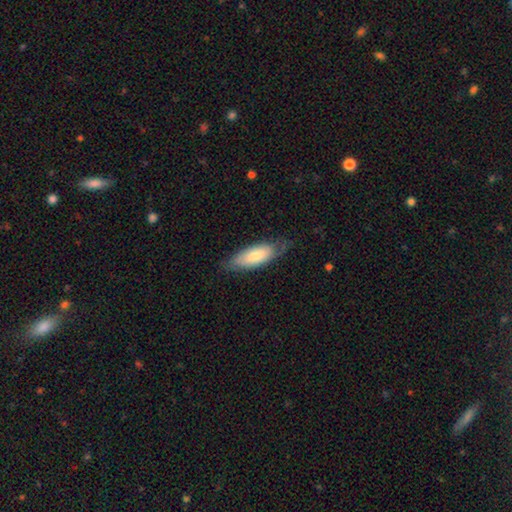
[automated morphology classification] Smooth or featured? smooth (71%)
How rounded? in between (73%)
Merging? none (65%)